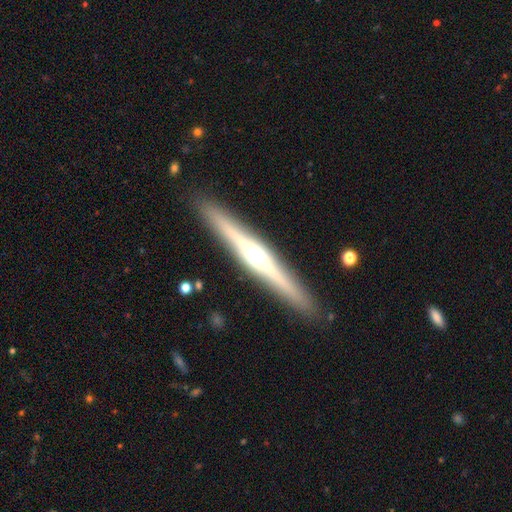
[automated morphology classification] type=featured or disk (77%); edge-on=yes (98%); edge-on bulge=rounded (88%); merging=none (91%).